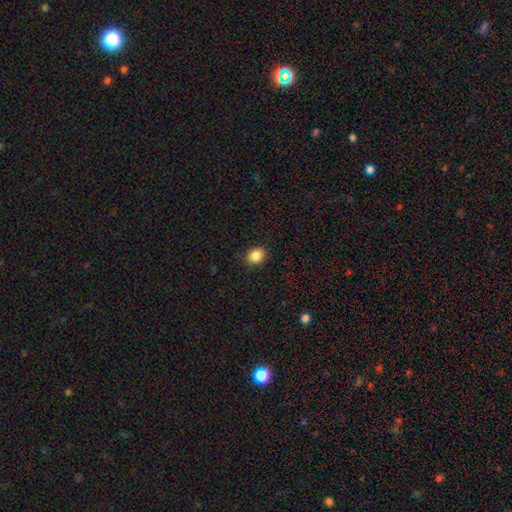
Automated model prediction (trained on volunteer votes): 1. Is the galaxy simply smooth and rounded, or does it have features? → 87% smooth, 9% star or artifact, 4% featured or disk.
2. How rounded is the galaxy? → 57% round, 42% in between, 1% cigar-shaped.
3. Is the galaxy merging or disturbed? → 89% none, 8% minor disturbance, 2% major disturbance, 1% merger.